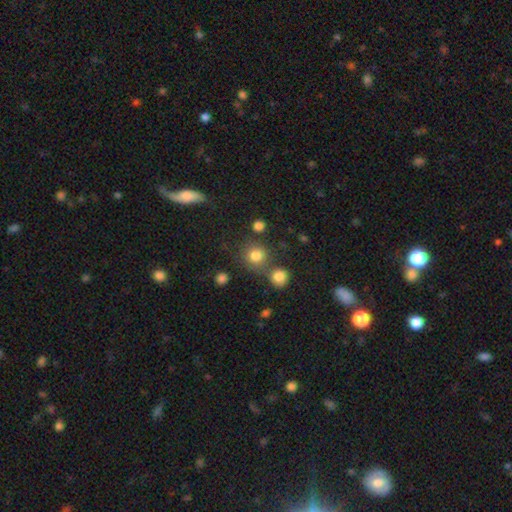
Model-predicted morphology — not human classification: smooth-or-featured: smooth: 80% | star or artifact: 13% | featured or disk: 7%
  how-rounded: round: 90% | in between: 9% | cigar-shaped: 1%
  merging: none: 70% | merger: 17% | minor disturbance: 9% | major disturbance: 4%